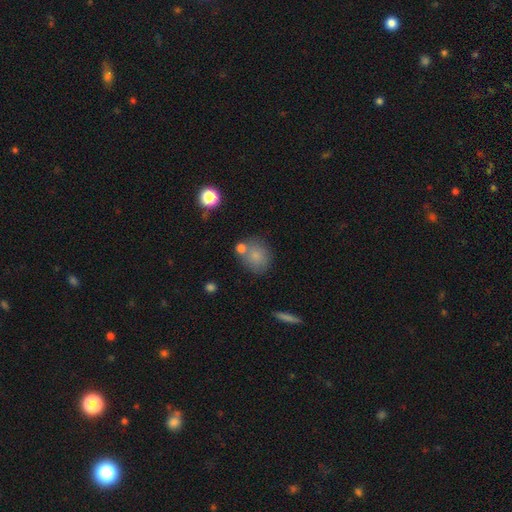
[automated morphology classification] The model was most divided on "how rounded": round: 70%, in between: 29%, cigar-shaped: 1%. More confident: smooth or featured — smooth (79%); merging — none (60%).